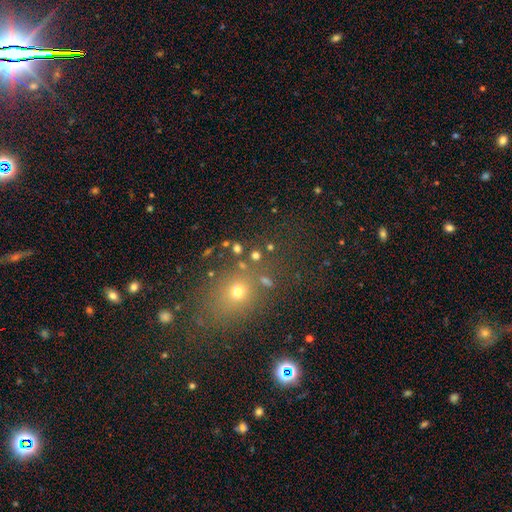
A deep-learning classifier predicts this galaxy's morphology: This appears to be a smooth galaxy with no disk features (65%) that is round (84%). Merging: none (72%).